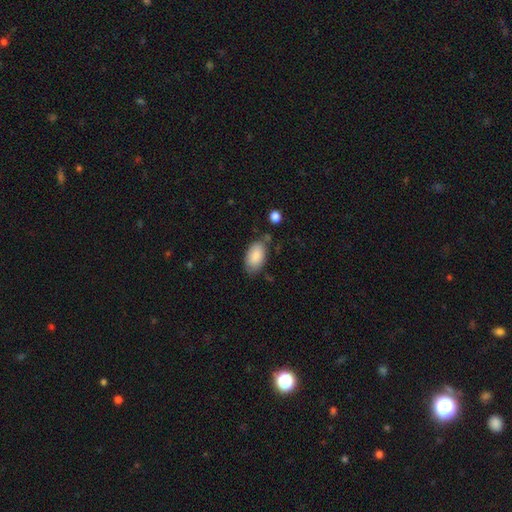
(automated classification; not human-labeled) The model was most divided on "merging": none: 68%, minor disturbance: 22%, merger: 5%, major disturbance: 5%. More confident: how rounded — in between (94%); smooth or featured — smooth (87%).